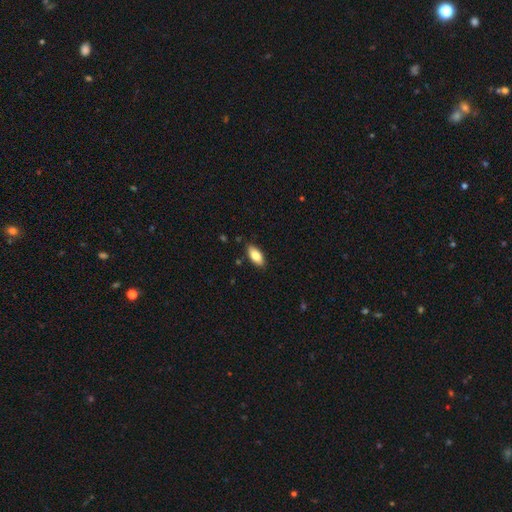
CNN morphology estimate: smooth-or-featured: smooth: 81% | featured or disk: 13% | star or artifact: 6%
  how-rounded: in between: 89% | cigar-shaped: 9% | round: 2%
  merging: none: 87% | minor disturbance: 10% | major disturbance: 2% | merger: 1%